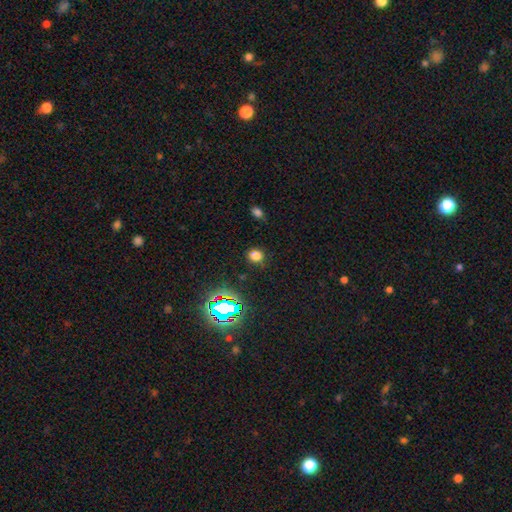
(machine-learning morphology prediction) Smooth or featured: smooth — 71% (star or artifact — 24%)
How rounded: round — 76% (in between — 23%)
Merging: none — 84% (minor disturbance — 11%)